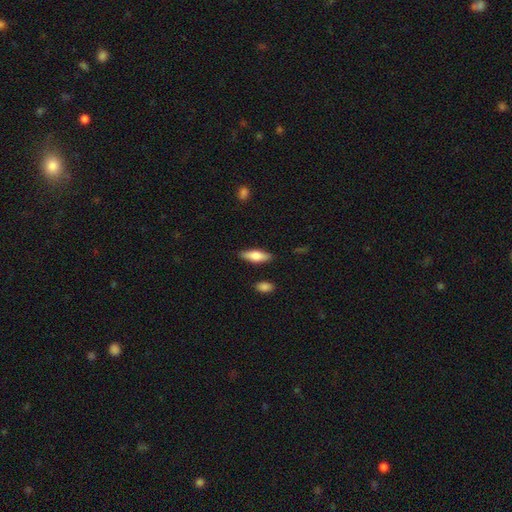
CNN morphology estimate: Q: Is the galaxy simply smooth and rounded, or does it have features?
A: smooth — 67%.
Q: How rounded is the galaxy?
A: in between — 56%.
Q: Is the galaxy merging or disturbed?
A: none — 86%.